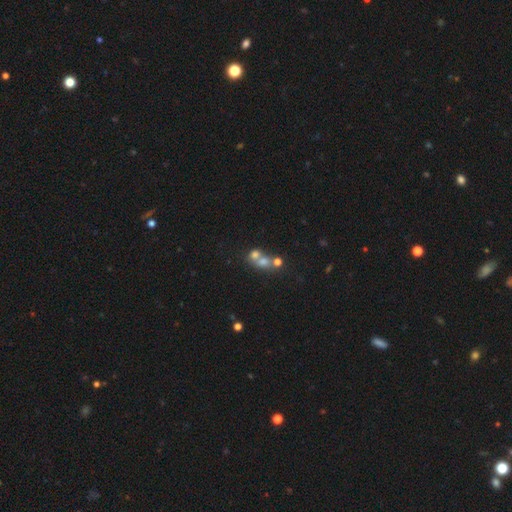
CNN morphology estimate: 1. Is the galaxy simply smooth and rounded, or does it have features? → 56% smooth, 23% featured or disk, 21% star or artifact.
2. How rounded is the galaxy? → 75% round, 23% in between, 2% cigar-shaped.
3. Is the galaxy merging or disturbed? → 60% merger, 29% none, 6% minor disturbance, 5% major disturbance.